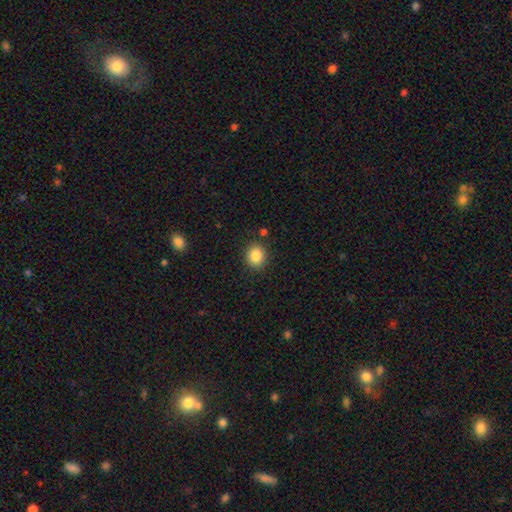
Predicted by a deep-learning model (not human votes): smooth_or_featured: smooth (p=0.86) [alt: star or artifact p=0.09]
how_rounded: round (p=0.77) [alt: in between p=0.22]
merging: none (p=0.87) [alt: minor disturbance p=0.08]